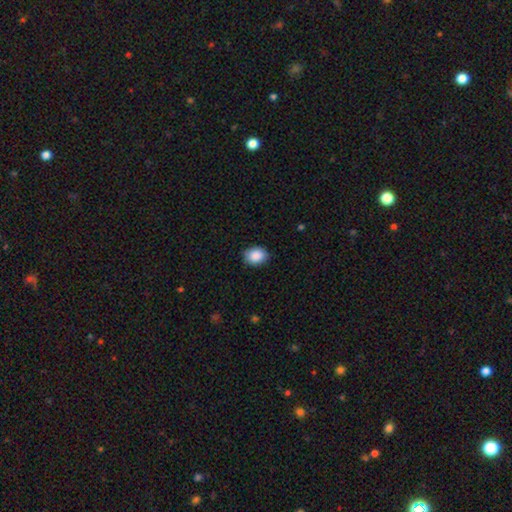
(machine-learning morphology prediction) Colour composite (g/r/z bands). It shows a smooth galaxy with no disk features (89%) that is in between round and cigar-shaped (63%). Merging: none (82%).